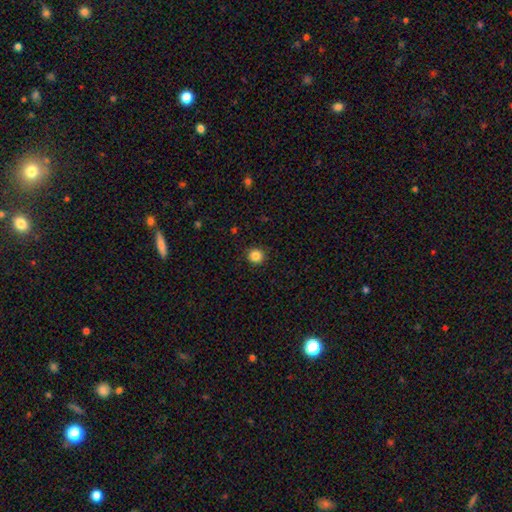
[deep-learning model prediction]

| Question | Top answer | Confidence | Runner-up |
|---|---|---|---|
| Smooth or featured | smooth | 86% | star or artifact (11%) |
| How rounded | round | 93% | in between (6%) |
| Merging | none | 91% | minor disturbance (6%) |